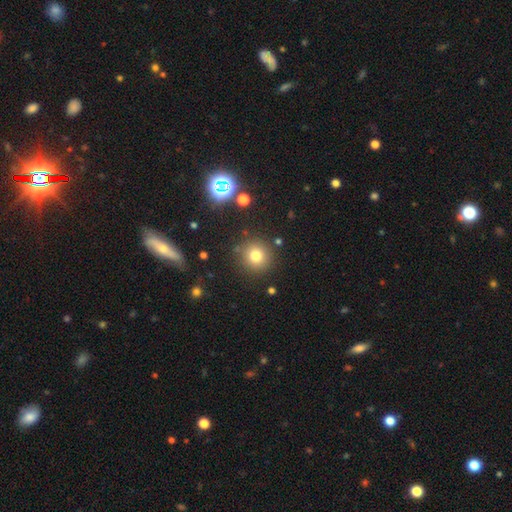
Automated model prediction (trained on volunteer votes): Q: Smooth or featured?
A: smooth (76%); runner-up: star or artifact (16%)
Q: How rounded?
A: round (94%); runner-up: in between (6%)
Q: Merging?
A: none (87%); runner-up: minor disturbance (7%)